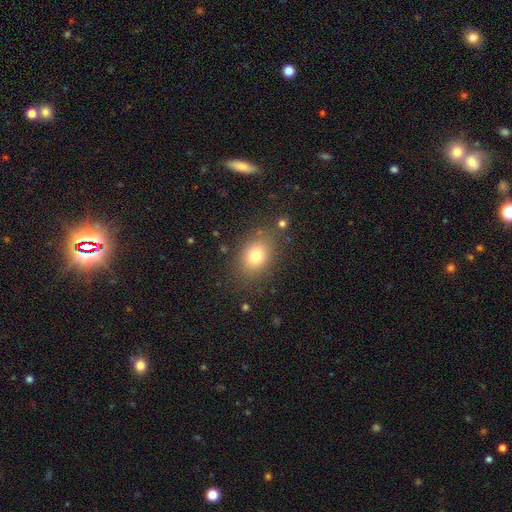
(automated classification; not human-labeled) smooth_or_featured: smooth (p=0.76) [alt: star or artifact p=0.12]
how_rounded: in between (p=0.61) [alt: round p=0.37]
merging: none (p=0.81) [alt: minor disturbance p=0.12]